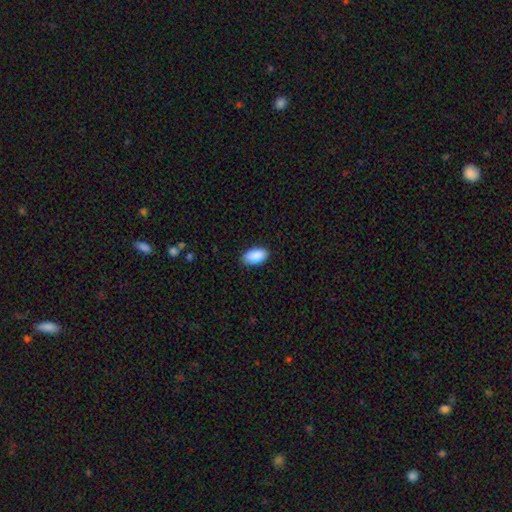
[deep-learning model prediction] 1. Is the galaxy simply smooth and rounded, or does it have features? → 90% smooth, 6% star or artifact, 3% featured or disk.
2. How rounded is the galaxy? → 95% in between, 3% cigar-shaped, 3% round.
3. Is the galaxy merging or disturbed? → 87% none, 10% minor disturbance, 2% major disturbance, 1% merger.